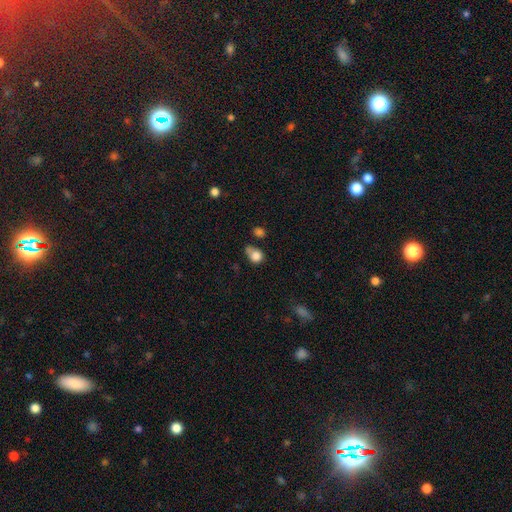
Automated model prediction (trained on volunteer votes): Morphology: type=smooth (81%); roundness=round (67%); merging=none (40%).